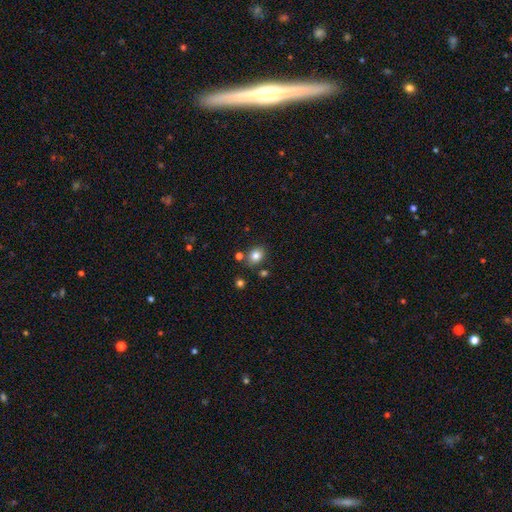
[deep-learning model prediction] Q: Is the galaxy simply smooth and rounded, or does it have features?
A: smooth — 83%.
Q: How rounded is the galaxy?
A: in between — 56%.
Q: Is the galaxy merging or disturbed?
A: none — 78%.